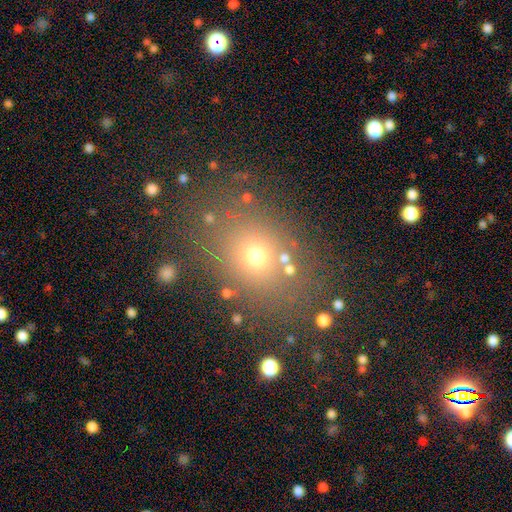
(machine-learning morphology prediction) A smooth galaxy with no disk features (67%) that is in between round and cigar-shaped (49%, tied with round).

Vote fractions:
- Smooth or featured? smooth: 67% / star or artifact: 21% / featured or disk: 12%
- How rounded? in between: 49% (tied) / round: 49% (tied) / cigar-shaped: 2%
- Merging? none: 76% / minor disturbance: 12% / major disturbance: 7% / merger: 5%